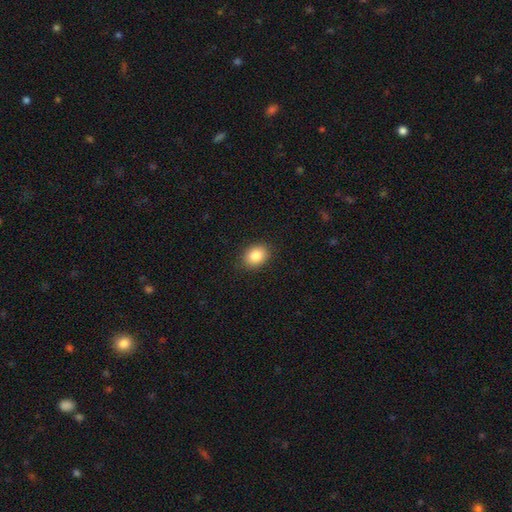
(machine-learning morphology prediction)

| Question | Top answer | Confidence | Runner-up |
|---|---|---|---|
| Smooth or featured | smooth | 85% | star or artifact (9%) |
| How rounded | in between | 63% | round (36%) |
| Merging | none | 88% | minor disturbance (9%) |